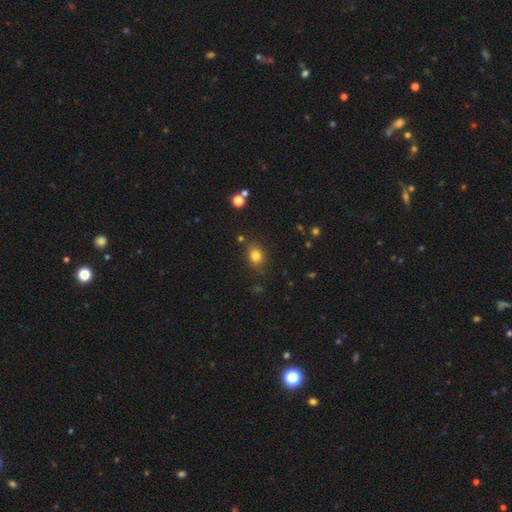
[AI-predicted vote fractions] Morphology: type=smooth (80%); roundness=in between (50%); merging=none (80%).